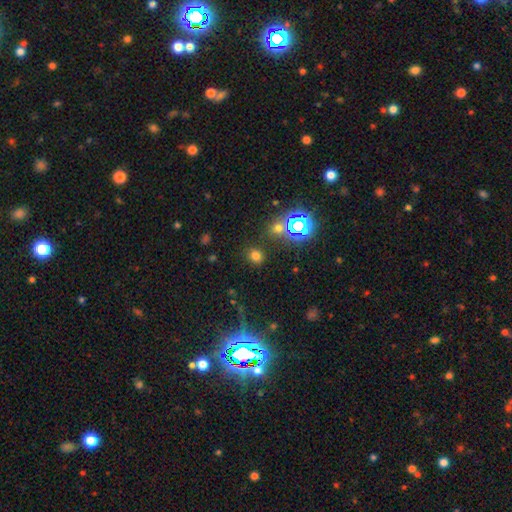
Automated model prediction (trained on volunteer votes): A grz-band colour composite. It shows a smooth galaxy with no disk features (67%) that is round (74%). Merging: none (84%).